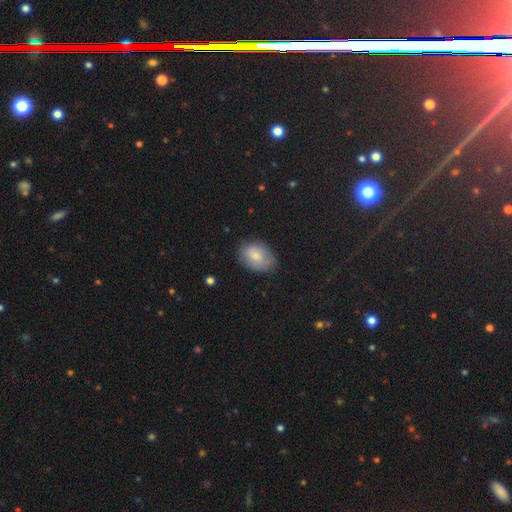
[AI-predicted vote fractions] A smooth galaxy with no disk features (74%) that is in between round and cigar-shaped (78%).

Vote fractions:
- Smooth or featured? smooth: 74% / featured or disk: 19% / star or artifact: 7%
- How rounded? in between: 78% / round: 21% / cigar-shaped: 1%
- Merging? none: 72% / minor disturbance: 22% / major disturbance: 5% / merger: 1%